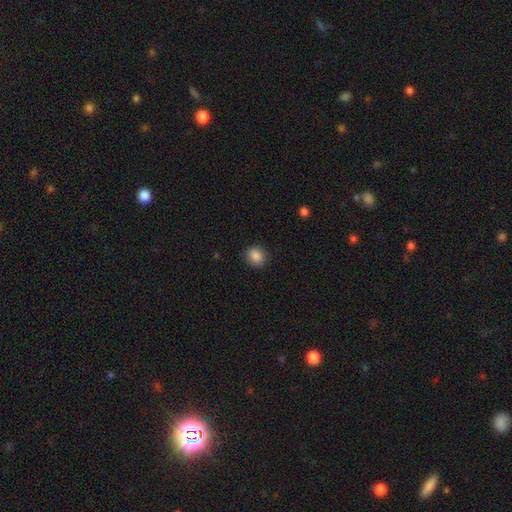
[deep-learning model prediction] Morphology: type=smooth (87%); roundness=round (77%); merging=none (89%).